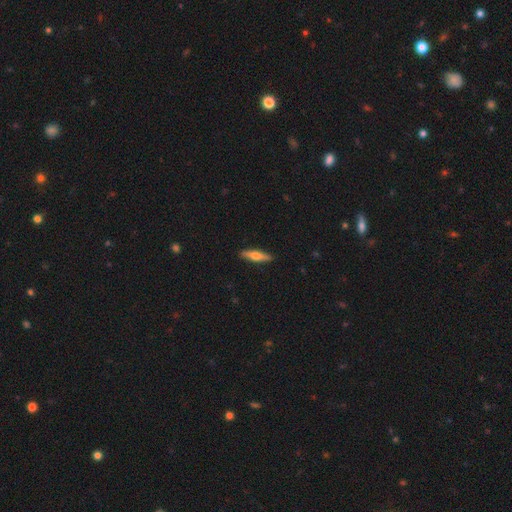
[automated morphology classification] The model was most divided on "smooth or featured": smooth: 55%, featured or disk: 39%, star or artifact: 6%. More confident: merging — none (90%); how rounded — cigar-shaped (72%).